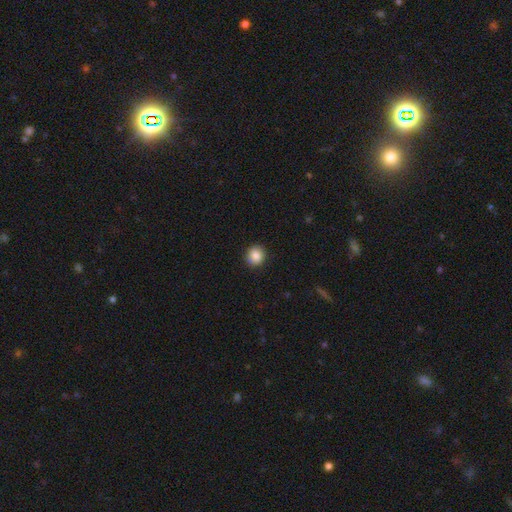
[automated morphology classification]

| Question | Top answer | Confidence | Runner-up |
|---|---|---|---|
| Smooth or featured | smooth | 86% | star or artifact (9%) |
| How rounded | round | 82% | in between (17%) |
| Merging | none | 89% | minor disturbance (8%) |